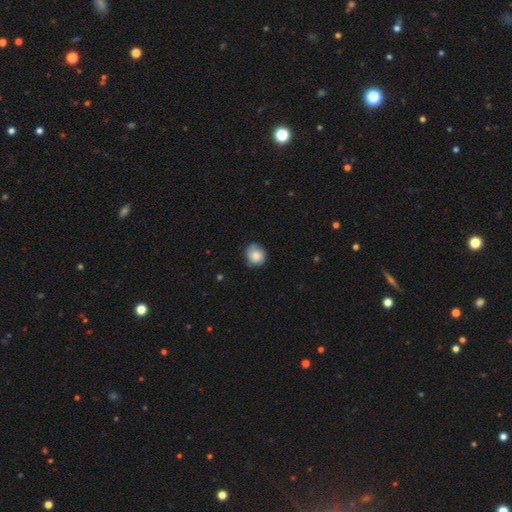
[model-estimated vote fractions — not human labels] Morphology: type=smooth (79%); roundness=round (78%); merging=none (68%).